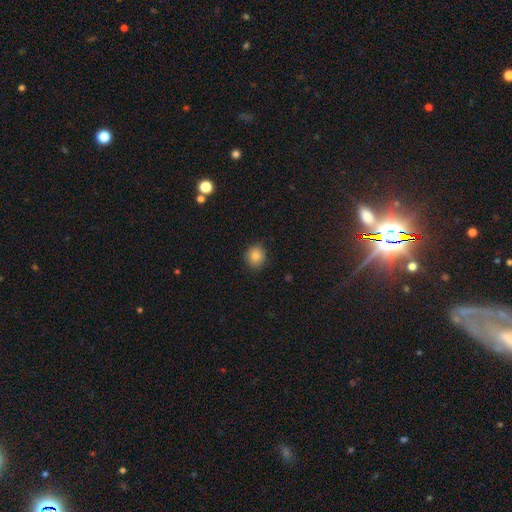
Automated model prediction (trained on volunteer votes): Smooth or featured? smooth (85%)
How rounded? round (83%)
Merging? none (88%)